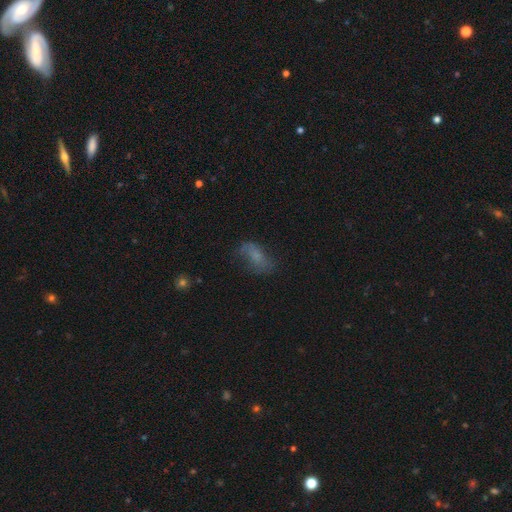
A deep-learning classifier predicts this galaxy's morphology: Q: Smooth or featured?
A: smooth (51%); runner-up: featured or disk (35%)
Q: How rounded?
A: in between (84%); runner-up: cigar-shaped (10%)
Q: Merging?
A: none (52%); runner-up: minor disturbance (26%)